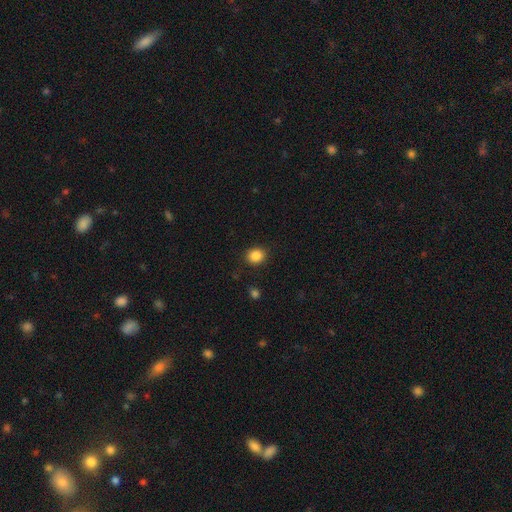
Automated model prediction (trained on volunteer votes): Smooth or featured? Predicted: smooth (p=0.86). How rounded? Predicted: round (p=0.75). Merging? Predicted: none (p=0.89).